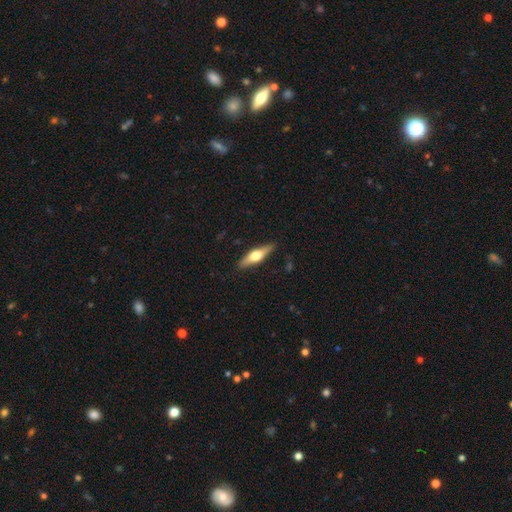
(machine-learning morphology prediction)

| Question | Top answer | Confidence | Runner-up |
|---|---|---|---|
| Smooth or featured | featured or disk | 52% | smooth (42%) |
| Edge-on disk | yes | 94% | no (6%) |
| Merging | none | 88% | minor disturbance (9%) |